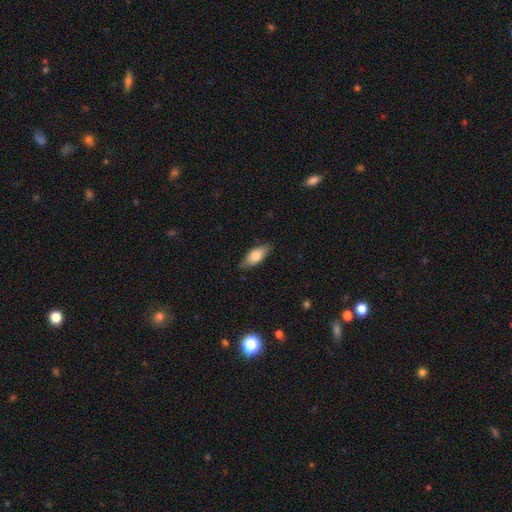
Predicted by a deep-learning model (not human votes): The model was most divided on "smooth or featured": smooth: 77%, featured or disk: 17%, star or artifact: 6%. More confident: merging — none (82%); how rounded — in between (80%).